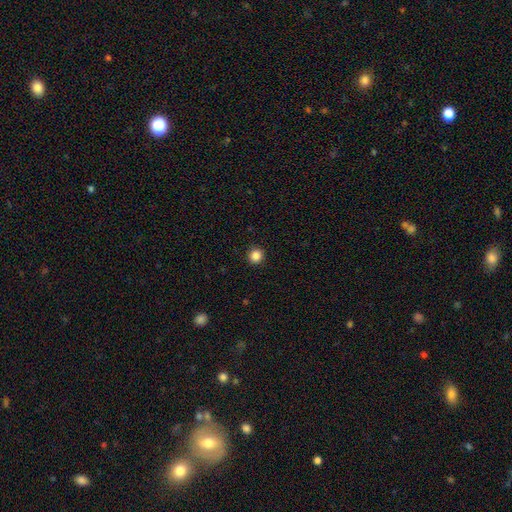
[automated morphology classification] This appears to be a smooth galaxy with no disk features (86%) that is round (90%). Merging: none (92%).